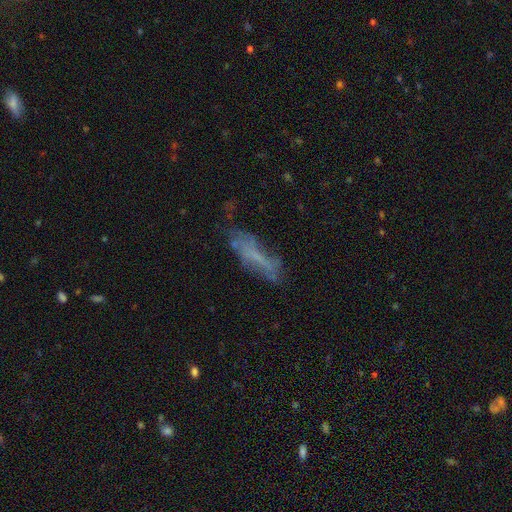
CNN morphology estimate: Smooth or featured?
  - smooth: 44% *
  - featured or disk: 42%
  - star or artifact: 13%
Merging?
  - none: 51% *
  - minor disturbance: 27%
  - major disturbance: 18%
  - merger: 4%